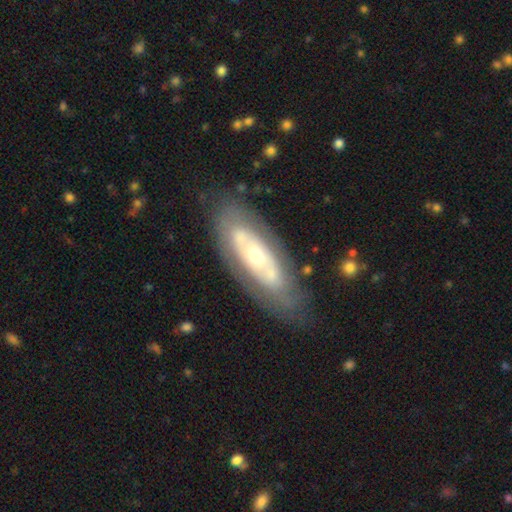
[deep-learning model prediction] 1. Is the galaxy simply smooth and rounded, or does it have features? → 69% featured or disk, 26% smooth, 5% star or artifact.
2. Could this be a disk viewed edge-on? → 84% no, 16% yes.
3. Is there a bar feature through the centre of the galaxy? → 84% no, 10% weak, 5% strong.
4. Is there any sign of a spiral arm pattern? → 68% no, 32% yes.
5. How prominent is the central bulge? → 52% moderate, 40% small, 6% large, 1% dominant, 1% none.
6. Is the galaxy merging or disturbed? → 77% none, 14% minor disturbance, 7% major disturbance, 2% merger.